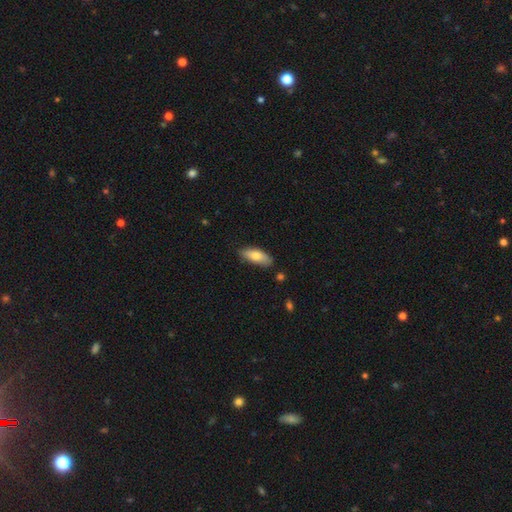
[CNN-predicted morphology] smooth_or_featured: smooth (p=0.76) [alt: featured or disk p=0.18]
how_rounded: in between (p=0.77) [alt: cigar-shaped p=0.20]
merging: none (p=0.79) [alt: minor disturbance p=0.17]